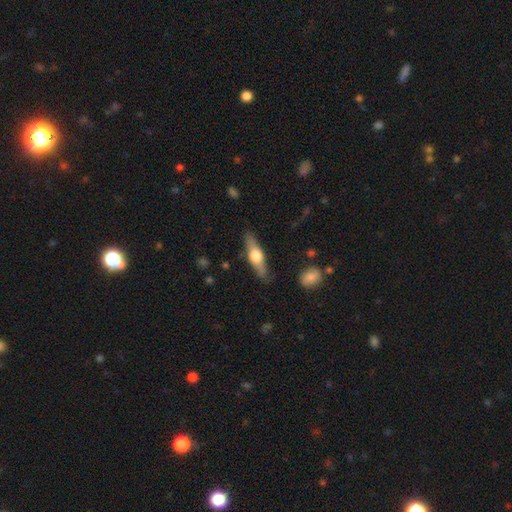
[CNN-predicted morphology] Overall: featured or disk (53%; smooth 42%). Edge-on disk: yes (92%). Merging: none (84%).